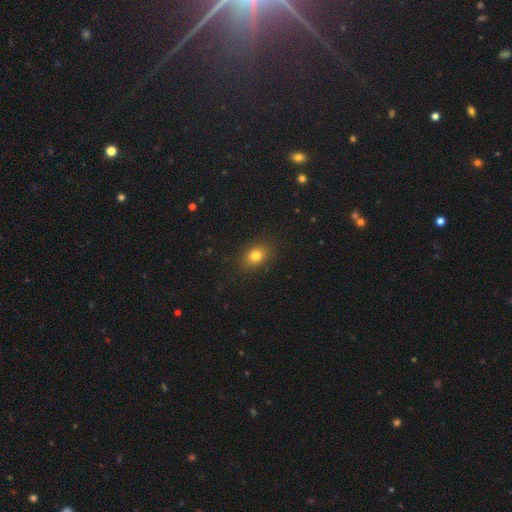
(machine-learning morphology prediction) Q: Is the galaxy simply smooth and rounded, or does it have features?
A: smooth — 79%.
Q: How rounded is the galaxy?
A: in between — 64%.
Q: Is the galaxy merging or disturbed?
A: none — 87%.